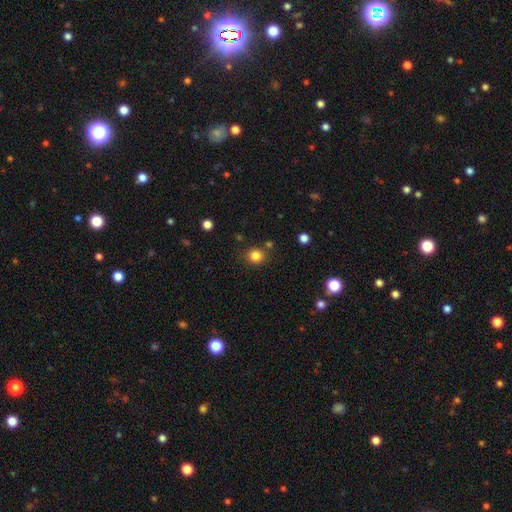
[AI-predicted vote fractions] smooth 83%, star or artifact 13%, featured or disk 4%. Down the decision tree: how rounded — round (88%); merging — none (83%).